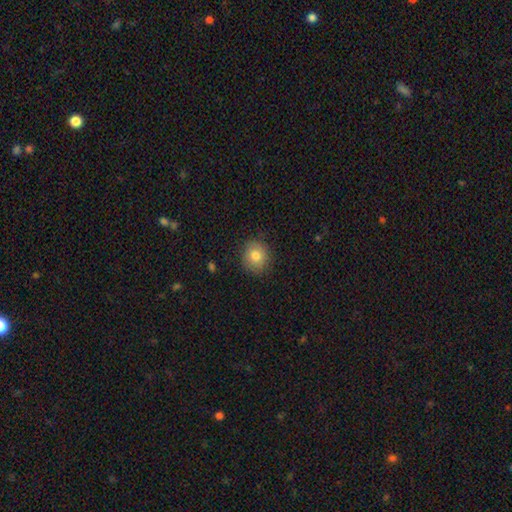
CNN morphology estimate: A smooth galaxy with no disk features (79%) that is round (80%).

Vote fractions:
- Smooth or featured? smooth: 79% / featured or disk: 11% / star or artifact: 10%
- How rounded? round: 80% / in between: 19% / cigar-shaped: 1%
- Merging? none: 87% / minor disturbance: 10% / major disturbance: 2% / merger: 1%